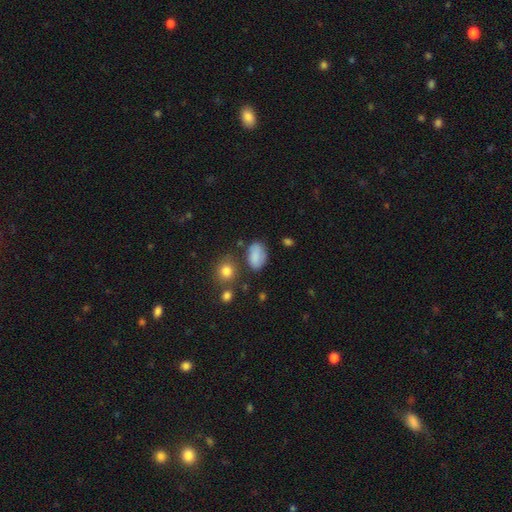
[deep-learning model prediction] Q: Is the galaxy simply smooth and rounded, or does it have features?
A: smooth — 81%.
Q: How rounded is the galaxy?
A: in between — 89%.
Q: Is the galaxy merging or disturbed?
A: none — 65%.